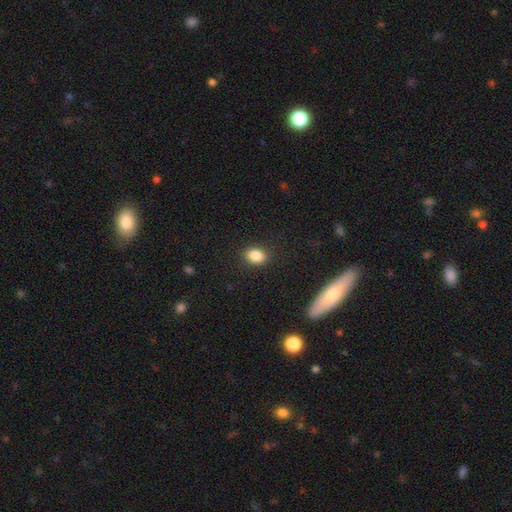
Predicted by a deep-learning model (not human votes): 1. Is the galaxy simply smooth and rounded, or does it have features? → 86% smooth, 9% star or artifact, 5% featured or disk.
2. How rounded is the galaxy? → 68% in between, 31% round, 1% cigar-shaped.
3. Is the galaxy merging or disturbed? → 87% none, 9% minor disturbance, 3% major disturbance, 1% merger.